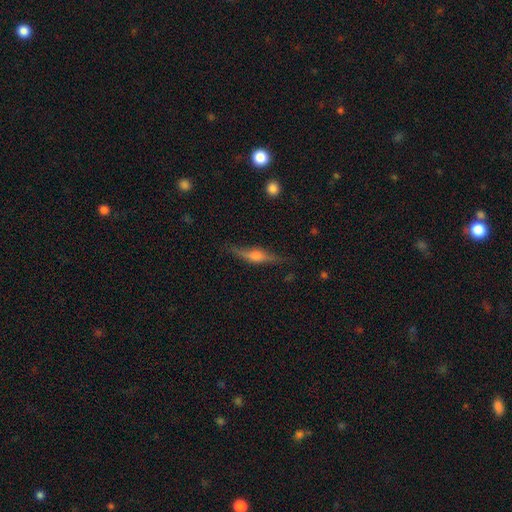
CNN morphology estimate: Overall: featured or disk (69%). Edge-on disk: yes (95%). Edge-on bulge: rounded (87%). Merging: none (80%).